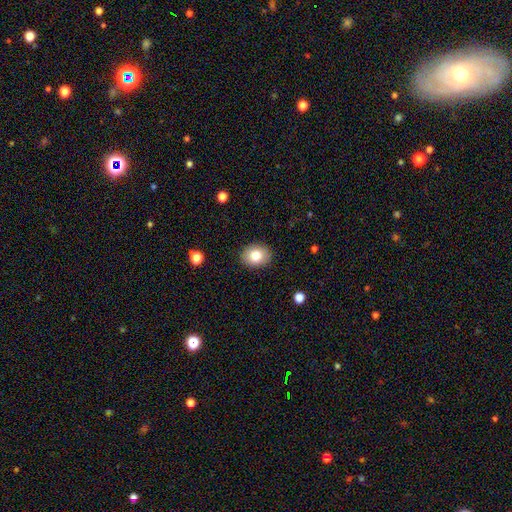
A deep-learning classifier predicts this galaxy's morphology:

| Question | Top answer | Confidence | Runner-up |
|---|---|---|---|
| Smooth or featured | smooth | 81% | featured or disk (10%) |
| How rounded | in between | 52% | round (47%) |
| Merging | none | 89% | minor disturbance (8%) |